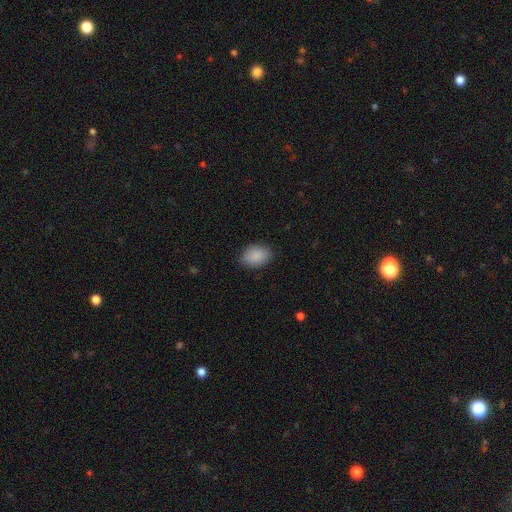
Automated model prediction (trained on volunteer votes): Smooth or featured? smooth (88%)
How rounded? in between (75%)
Merging? none (84%)